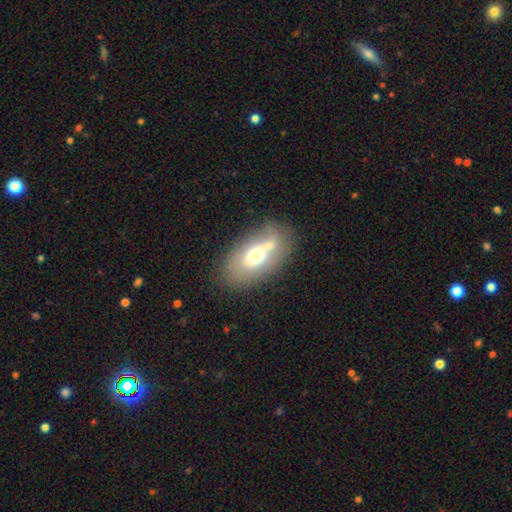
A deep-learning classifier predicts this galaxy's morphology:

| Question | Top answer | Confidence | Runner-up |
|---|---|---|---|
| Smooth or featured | smooth | 57% | featured or disk (33%) |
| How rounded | in between | 87% | round (9%) |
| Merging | none | 60% | merger (17%) |